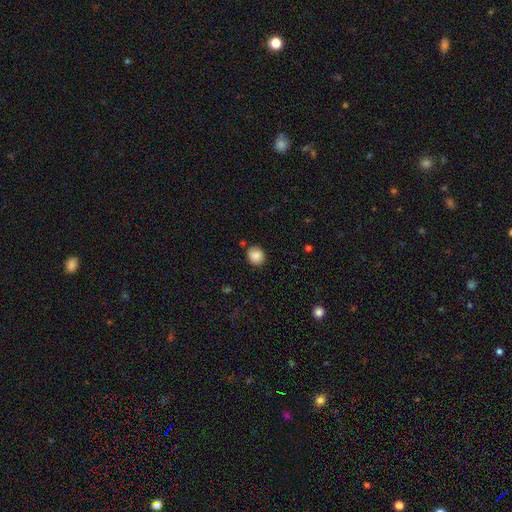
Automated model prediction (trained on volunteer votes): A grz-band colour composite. It shows a smooth galaxy with no disk features (87%) that is round (73%). Merging: none (82%).